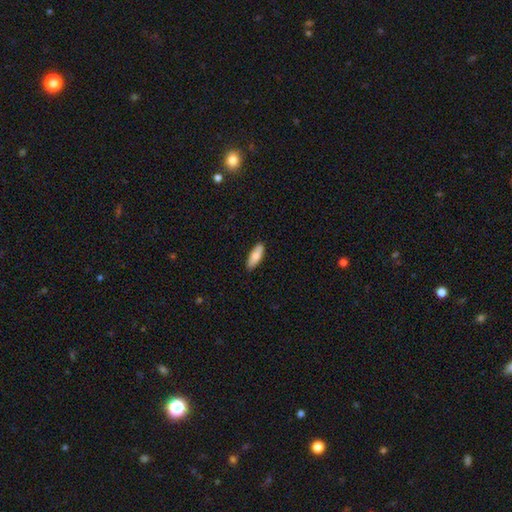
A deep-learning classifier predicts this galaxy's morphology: A smooth galaxy with no disk features (79%) that is in between round and cigar-shaped (64%).

Vote fractions:
- Smooth or featured? smooth: 79% / featured or disk: 16% / star or artifact: 5%
- How rounded? in between: 64% / cigar-shaped: 34% / round: 2%
- Merging? none: 89% / minor disturbance: 9% / major disturbance: 2% / merger: 1%